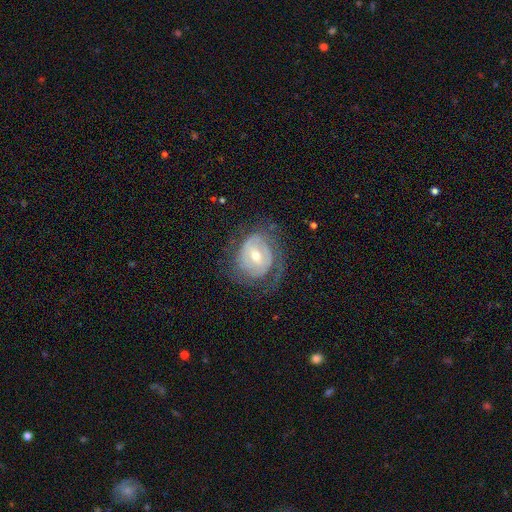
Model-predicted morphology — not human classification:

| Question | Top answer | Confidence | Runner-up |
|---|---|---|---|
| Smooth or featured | featured or disk | 79% | smooth (16%) |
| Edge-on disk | no | 97% | yes (3%) |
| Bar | weak | 47% | no (34%) |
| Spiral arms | yes | 81% | no (19%) |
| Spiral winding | tight | 61% | medium (27%) |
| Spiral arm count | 2 | 39% | can't tell (36%) |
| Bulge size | moderate | 56% | small (40%) |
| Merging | none | 61% | minor disturbance (20%) |